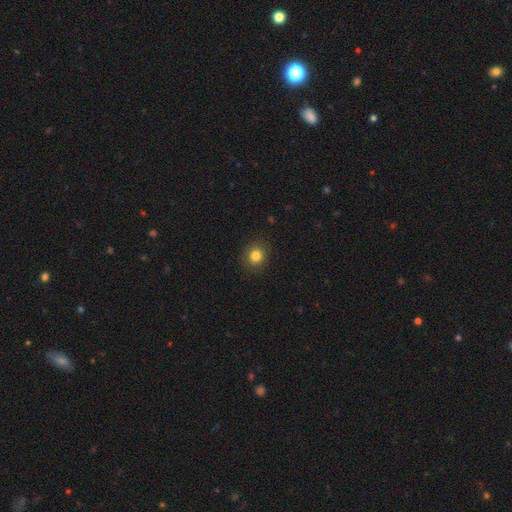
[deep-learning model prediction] This appears to be a smooth galaxy with no disk features (82%) that is round (83%). Merging: none (91%).